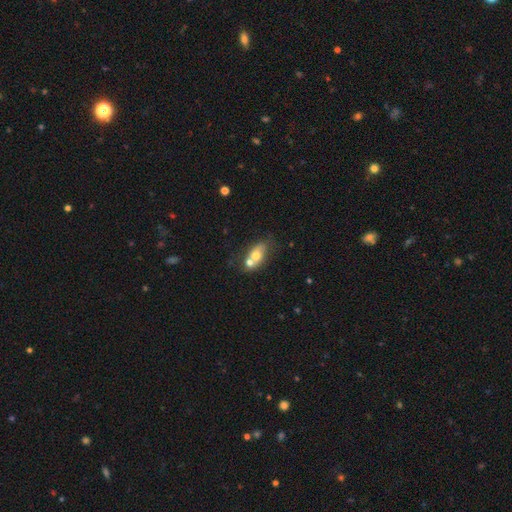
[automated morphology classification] Smooth or featured? Predicted: smooth (p=0.60). How rounded? Predicted: in between (p=0.71). Merging? Predicted: merger (p=0.46).